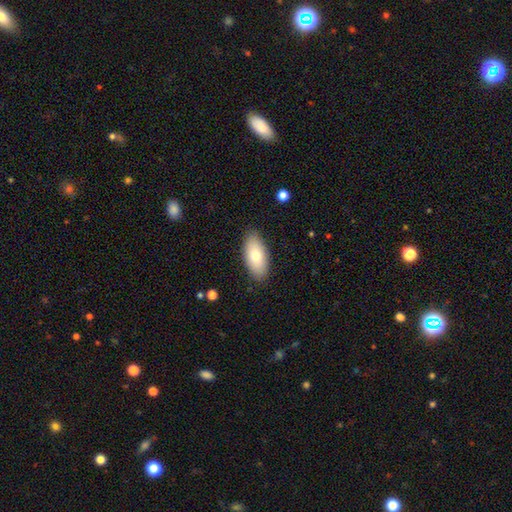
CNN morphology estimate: This appears to be a smooth galaxy with no disk features (73%) that is in between round and cigar-shaped (91%). Merging: none (86%).